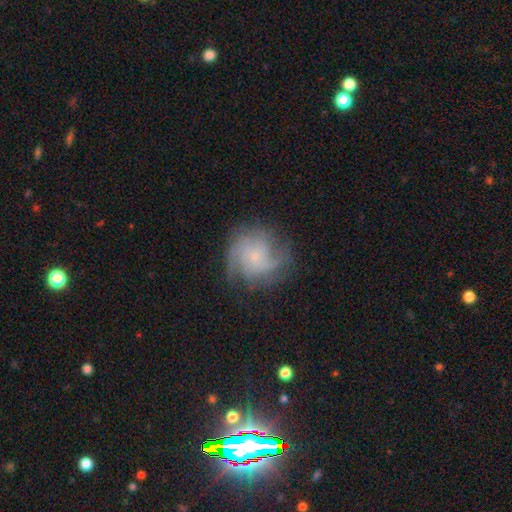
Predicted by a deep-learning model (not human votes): featured or disk 74%, smooth 17%, star or artifact 9%. Down the decision tree: edge-on disk — no (98%); bar — no (76%); spiral arms — yes (94%); spiral arm count — can't tell (28%); spiral winding — tight (43%); bulge size — small (79%); merging — none (72%).